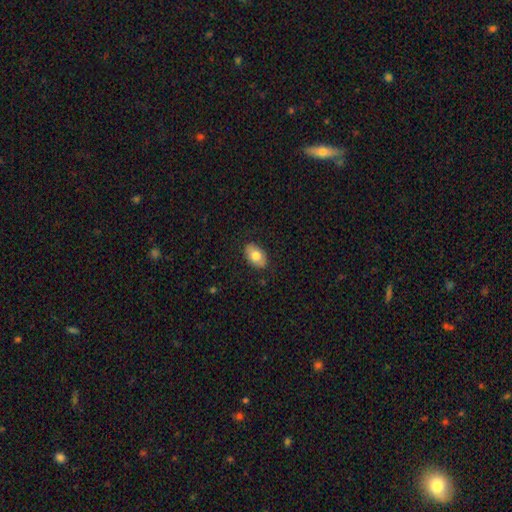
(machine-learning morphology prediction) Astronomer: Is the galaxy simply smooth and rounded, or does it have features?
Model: smooth — 77%.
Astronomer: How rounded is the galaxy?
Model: in between — 87%.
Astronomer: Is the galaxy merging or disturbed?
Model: none — 86%.